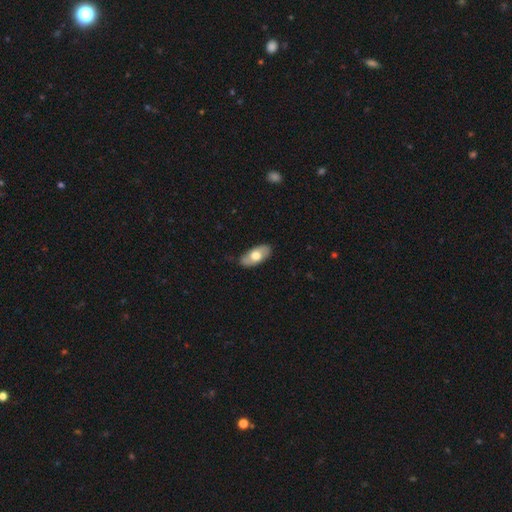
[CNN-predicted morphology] Q: Smooth or featured?
A: smooth (62%); runner-up: featured or disk (33%)
Q: How rounded?
A: in between (91%); runner-up: cigar-shaped (5%)
Q: Merging?
A: none (83%); runner-up: minor disturbance (13%)